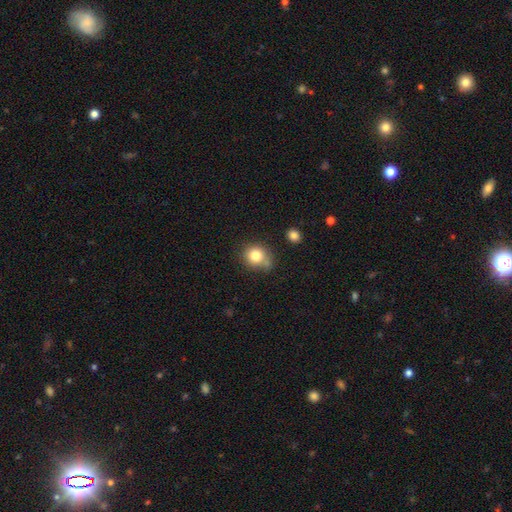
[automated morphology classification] Q: Smooth or featured?
A: smooth (80%); runner-up: star or artifact (11%)
Q: How rounded?
A: round (81%); runner-up: in between (19%)
Q: Merging?
A: none (62%); runner-up: minor disturbance (22%)